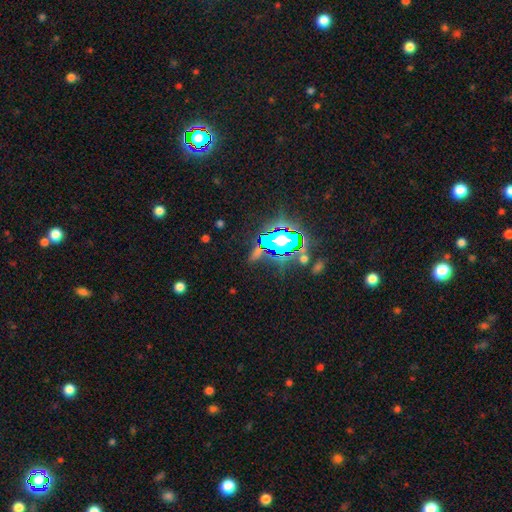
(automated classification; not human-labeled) Smooth or featured? star or artifact (83%)